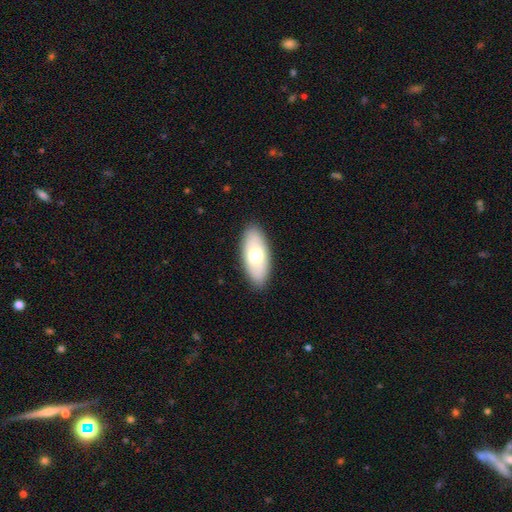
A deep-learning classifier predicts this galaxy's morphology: The model was most divided on "smooth or featured": smooth: 64%, featured or disk: 31%, star or artifact: 5%. More confident: how rounded — in between (89%); merging — none (88%).